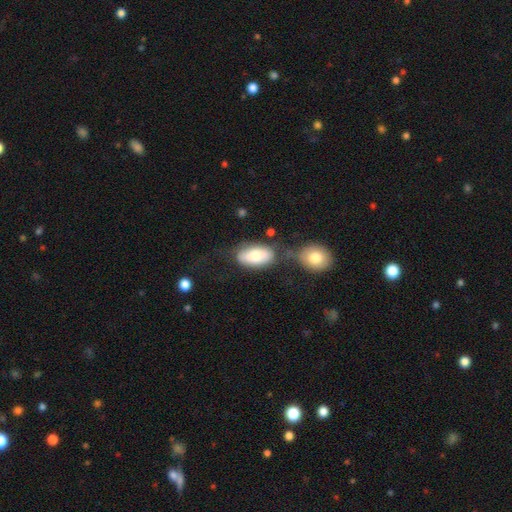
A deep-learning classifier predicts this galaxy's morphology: smooth_or_featured: smooth (p=0.71) [alt: featured or disk p=0.23]
how_rounded: in between (p=0.92) [alt: round p=0.05]
merging: none (p=0.54) [alt: minor disturbance p=0.19]